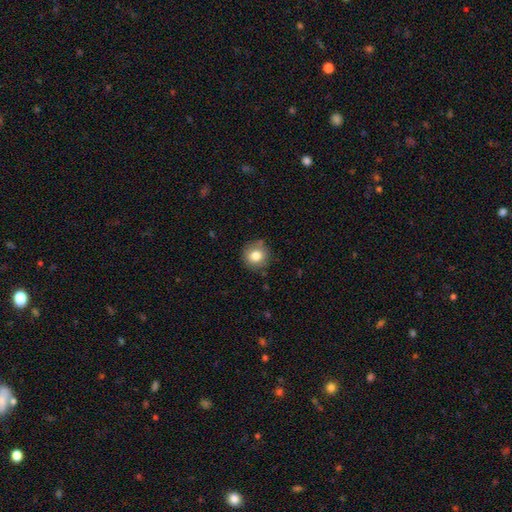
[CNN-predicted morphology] type=smooth (80%); roundness=round (92%); merging=none (83%).